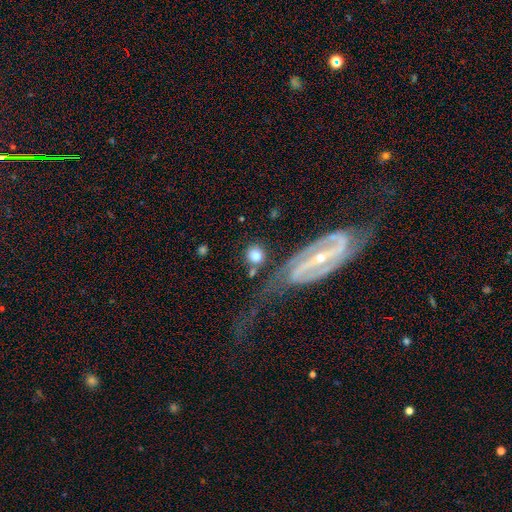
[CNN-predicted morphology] Smooth or featured: smooth — 70% (featured or disk — 22%)
How rounded: round — 84% (in between — 14%)
Merging: none — 65% (minor disturbance — 14%)